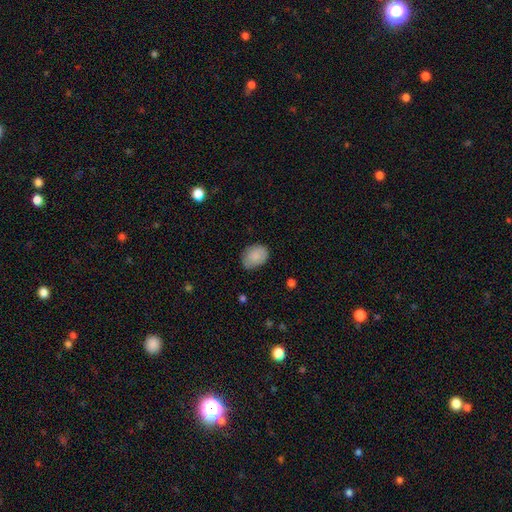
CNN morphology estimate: Smooth or featured: smooth — 87% (star or artifact — 7%)
How rounded: in between — 74% (round — 26%)
Merging: none — 71% (minor disturbance — 24%)